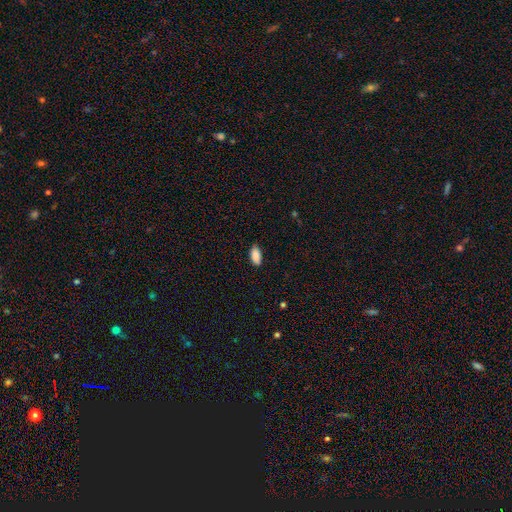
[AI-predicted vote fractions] Smooth or featured?
  - smooth: 89% *
  - star or artifact: 7%
  - featured or disk: 4%
How rounded?
  - in between: 90% *
  - cigar-shaped: 7%
  - round: 2%
Merging?
  - none: 85% *
  - minor disturbance: 12%
  - major disturbance: 2%
  - merger: 1%